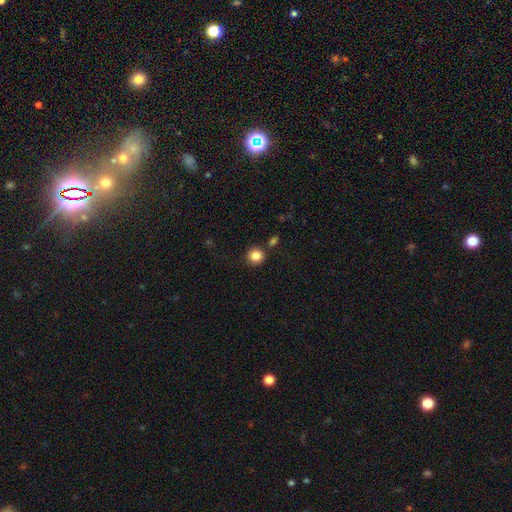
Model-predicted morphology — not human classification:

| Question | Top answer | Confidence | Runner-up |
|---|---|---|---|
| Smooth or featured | smooth | 86% | star or artifact (10%) |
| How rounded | round | 92% | in between (7%) |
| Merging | none | 84% | minor disturbance (7%) |